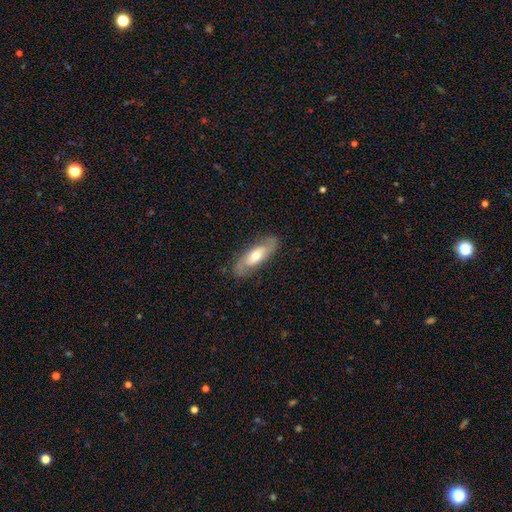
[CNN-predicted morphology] Smooth or featured: featured or disk — 50% (smooth — 45%)
Merging: none — 81% (minor disturbance — 14%)